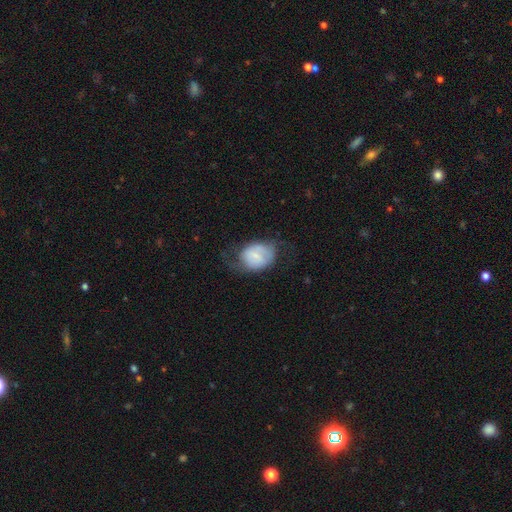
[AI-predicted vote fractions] Smooth or featured? Predicted: smooth (p=0.57). How rounded? Predicted: in between (p=0.60). Merging? Predicted: none (p=0.39).